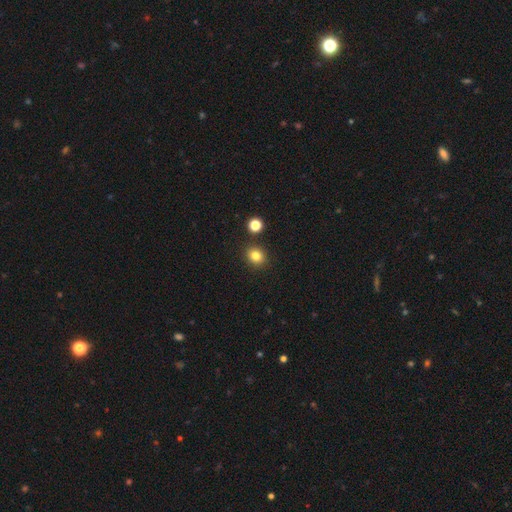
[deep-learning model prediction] smooth 81%, star or artifact 13%, featured or disk 6%. Down the decision tree: how rounded — round (73%); merging — none (86%).